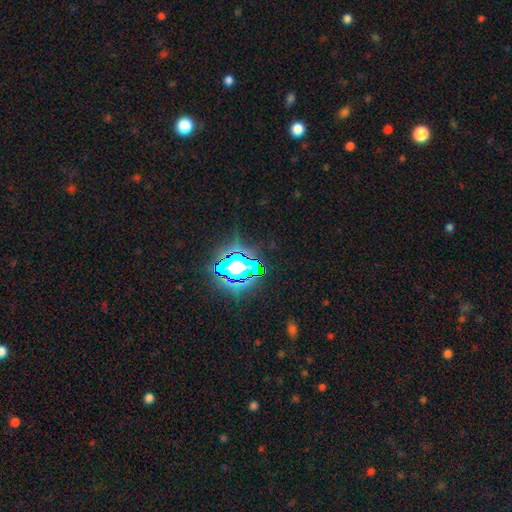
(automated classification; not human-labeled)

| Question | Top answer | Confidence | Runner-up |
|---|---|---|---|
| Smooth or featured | star or artifact | 75% | smooth (15%) |